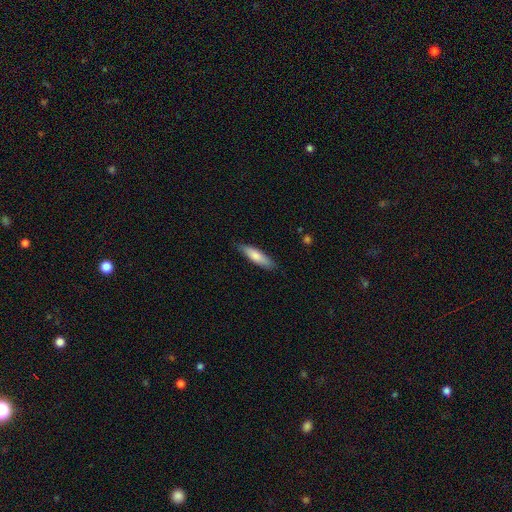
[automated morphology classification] Smooth or featured? smooth (78%)
How rounded? cigar-shaped (65%)
Merging? none (84%)